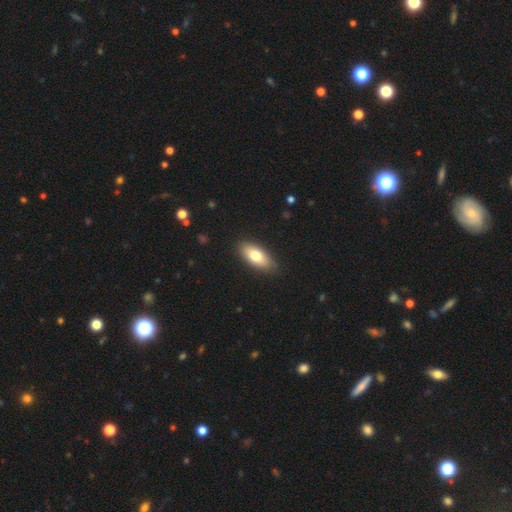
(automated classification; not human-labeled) A smooth galaxy with no disk features (74%) that is in between round and cigar-shaped (82%). Merging: none (87%).